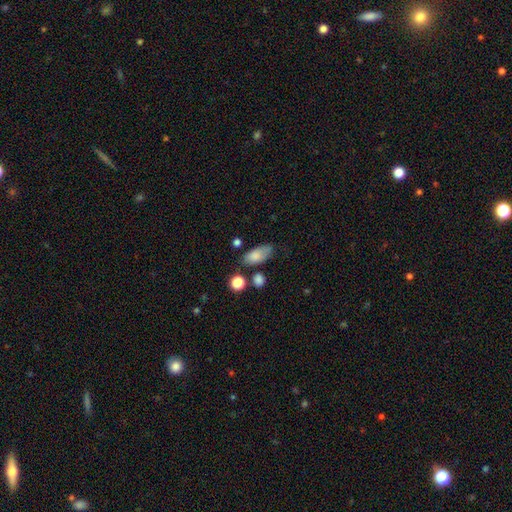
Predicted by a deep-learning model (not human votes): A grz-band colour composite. It shows a smooth galaxy with no disk features (81%) that is in between round and cigar-shaped (86%). Merging: none (60%).